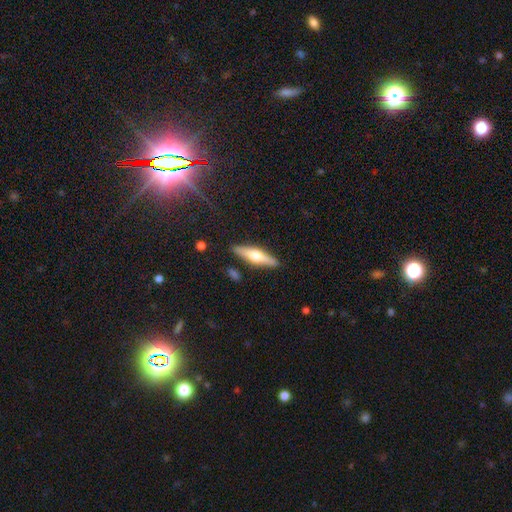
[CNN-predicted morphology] The model was most divided on "smooth or featured": featured or disk: 58%, smooth: 37%, star or artifact: 6%. More confident: edge-on disk — yes (95%); edge-on bulge — rounded (94%); merging — none (88%).